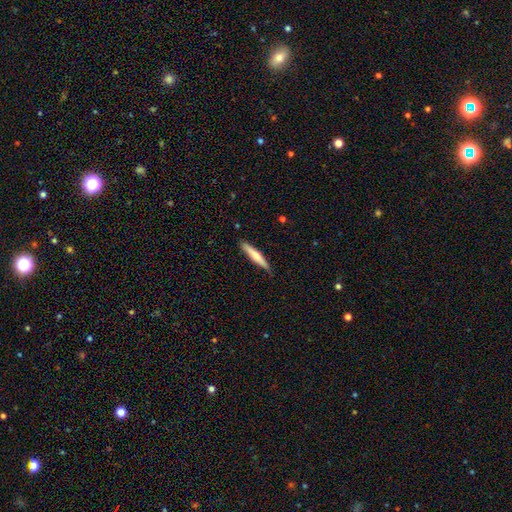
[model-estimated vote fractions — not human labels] Smooth or featured: smooth — 59% (featured or disk — 35%)
How rounded: cigar-shaped — 92% (in between — 7%)
Merging: none — 85% (minor disturbance — 12%)